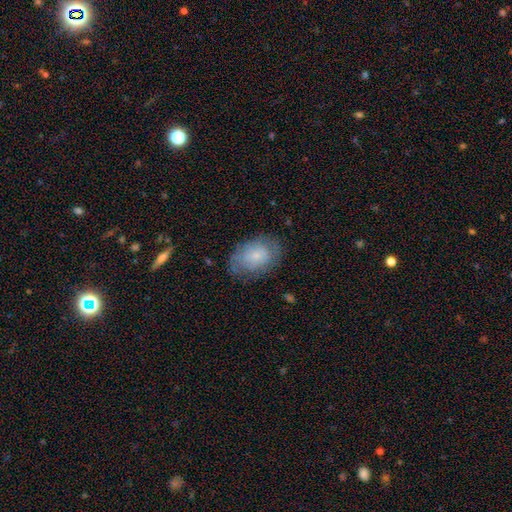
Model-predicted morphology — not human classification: Smooth or featured: smooth — 66% (featured or disk — 27%)
How rounded: in between — 82% (round — 17%)
Merging: none — 72% (minor disturbance — 20%)